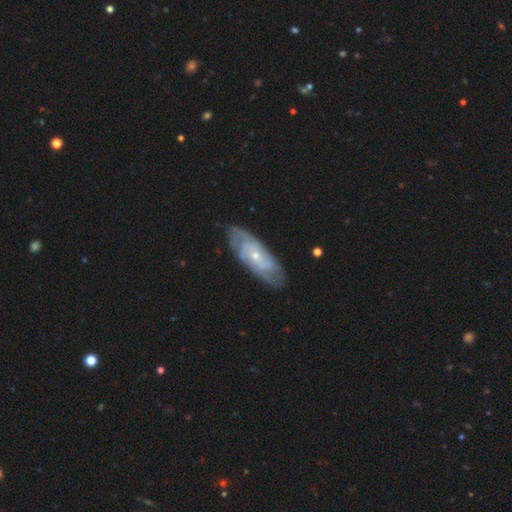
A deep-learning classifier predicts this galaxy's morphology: Smooth or featured? featured or disk (73%)
Edge-on disk? no (86%)
Bar? no (74%)
Spiral arms? yes (87%)
Spiral winding? tight (63%)
Spiral arm count? can't tell (51%)
Bulge size? small (69%)
Merging? none (79%)